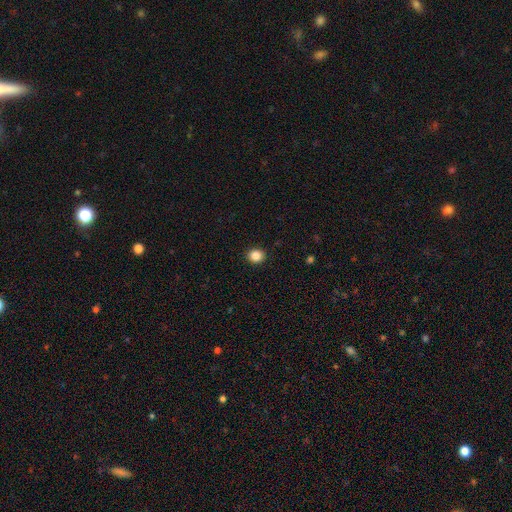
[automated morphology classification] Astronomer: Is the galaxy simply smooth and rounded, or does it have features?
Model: smooth — 86%.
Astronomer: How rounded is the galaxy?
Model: round — 83%.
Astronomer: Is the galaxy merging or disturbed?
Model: none — 93%.